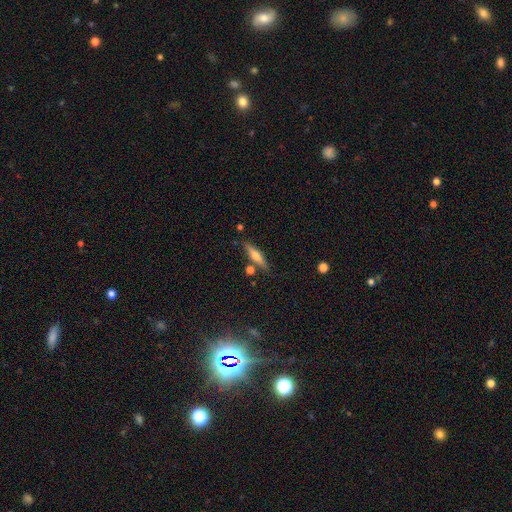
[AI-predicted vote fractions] Smooth or featured: featured or disk — 53% (smooth — 40%)
Edge-on disk: yes — 94% (no — 6%)
Edge-on bulge: rounded — 88% (none — 7%)
Merging: none — 81% (minor disturbance — 10%)